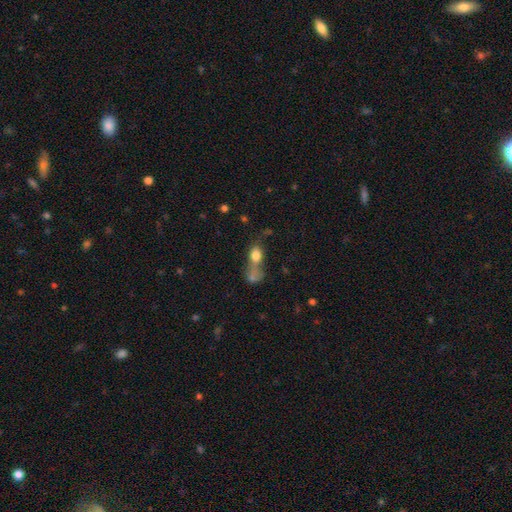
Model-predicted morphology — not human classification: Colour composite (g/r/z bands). It shows a smooth galaxy with no disk features (75%) that is in between round and cigar-shaped (61%). Merging: merger (55%).